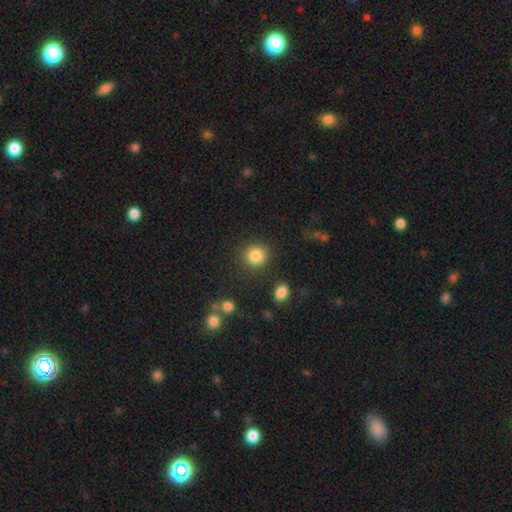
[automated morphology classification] Q: Smooth or featured?
A: smooth (86%); runner-up: star or artifact (10%)
Q: How rounded?
A: round (90%); runner-up: in between (9%)
Q: Merging?
A: none (86%); runner-up: minor disturbance (7%)